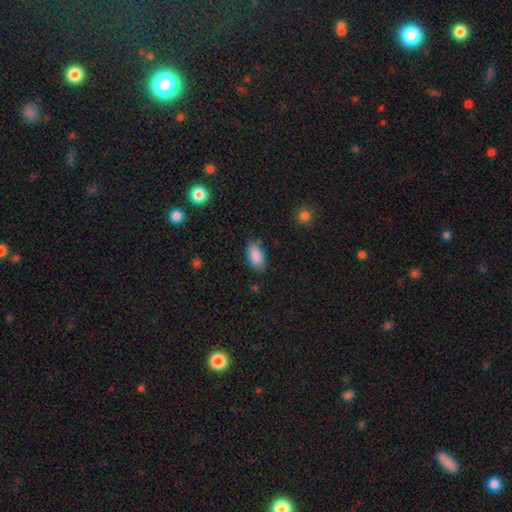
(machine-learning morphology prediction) This is clearly a smooth galaxy (89%). How rounded: clearly in between (94%). Merging: clearly none (82%).